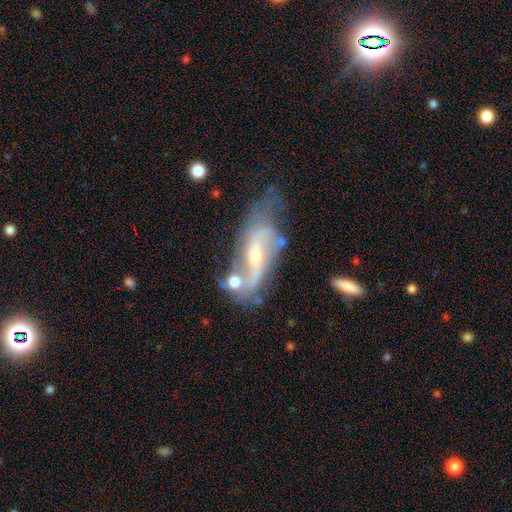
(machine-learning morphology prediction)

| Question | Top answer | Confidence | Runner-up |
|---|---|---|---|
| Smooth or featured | featured or disk | 80% | smooth (12%) |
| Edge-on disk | no | 89% | yes (11%) |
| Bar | weak | 41% | no (35%) |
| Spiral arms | yes | 88% | no (12%) |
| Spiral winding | loose | 62% | medium (28%) |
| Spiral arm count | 2 | 78% | can't tell (11%) |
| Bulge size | small | 54% | moderate (39%) |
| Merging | none | 41% | minor disturbance (24%) |